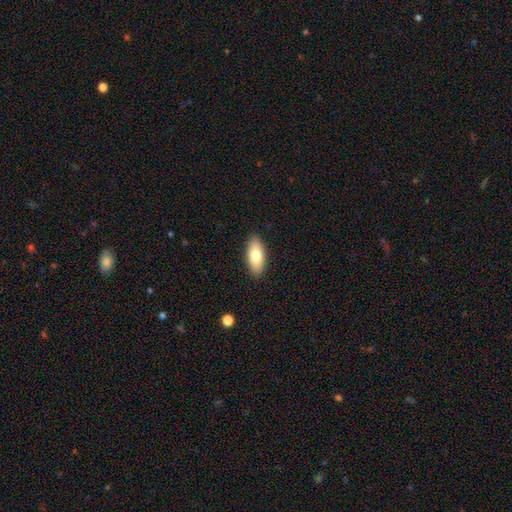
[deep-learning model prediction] smooth-or-featured: smooth: 77% | featured or disk: 17% | star or artifact: 6%
  how-rounded: in between: 84% | cigar-shaped: 14% | round: 2%
  merging: none: 90% | minor disturbance: 8% | major disturbance: 2% | merger: 1%